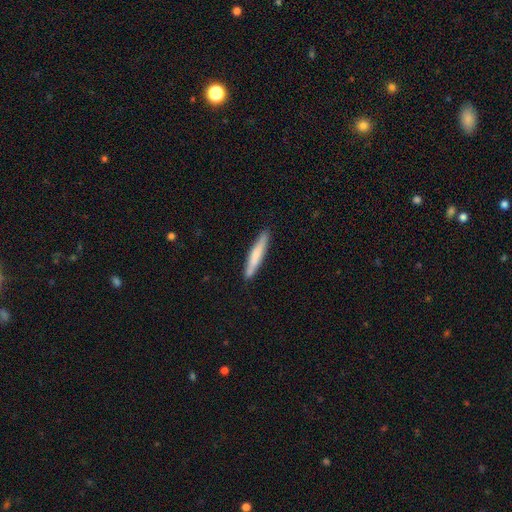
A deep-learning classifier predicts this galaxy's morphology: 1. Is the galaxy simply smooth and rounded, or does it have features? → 69% smooth, 26% featured or disk, 5% star or artifact.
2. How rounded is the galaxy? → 94% cigar-shaped, 5% in between, 1% round.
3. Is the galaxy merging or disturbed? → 88% none, 9% minor disturbance, 1% major disturbance, 1% merger.